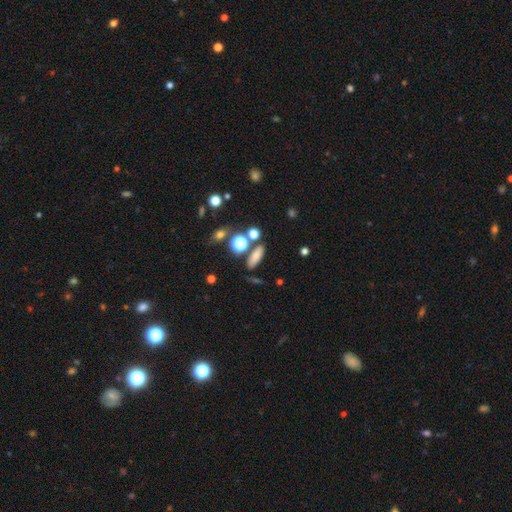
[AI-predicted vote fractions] Smooth or featured?
  - smooth: 73% *
  - star or artifact: 14%
  - featured or disk: 12%
How rounded?
  - in between: 56% *
  - cigar-shaped: 31%
  - round: 13%
Merging?
  - none: 74% *
  - minor disturbance: 12%
  - merger: 10%
  - major disturbance: 4%